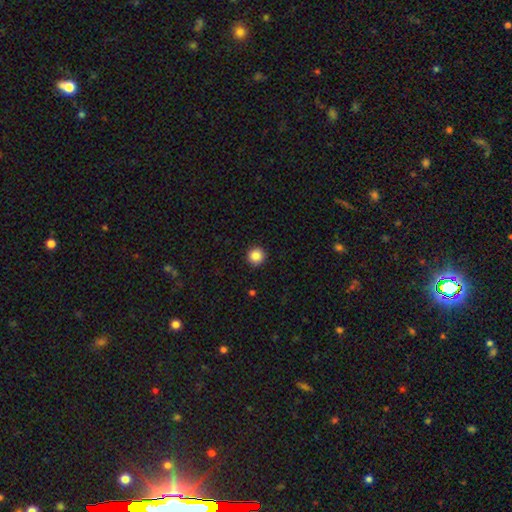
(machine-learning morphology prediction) Q: Smooth or featured?
A: smooth (86%); runner-up: star or artifact (10%)
Q: How rounded?
A: round (96%); runner-up: in between (3%)
Q: Merging?
A: none (93%); runner-up: minor disturbance (5%)